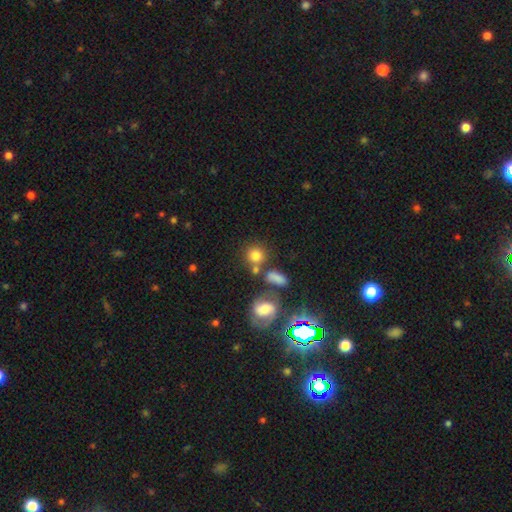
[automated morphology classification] This is likely a smooth galaxy (75%). How rounded: clearly round (83%). Merging: likely none (62%).